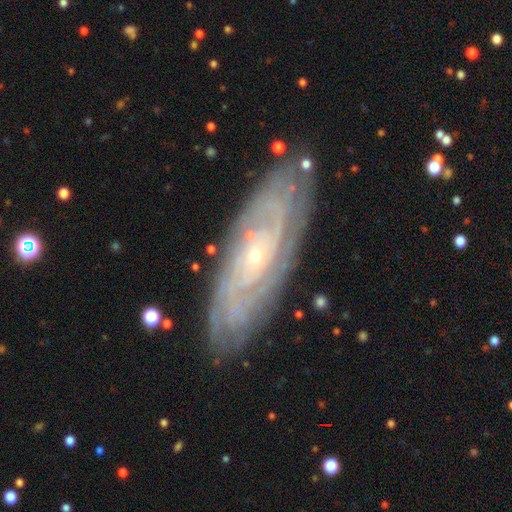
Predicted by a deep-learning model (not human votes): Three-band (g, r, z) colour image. It shows a featured or disk galaxy (85%) with no bar (74%), tight (79%) spiral arms (96%) and a small central bulge (84%). Merging: none (85%).